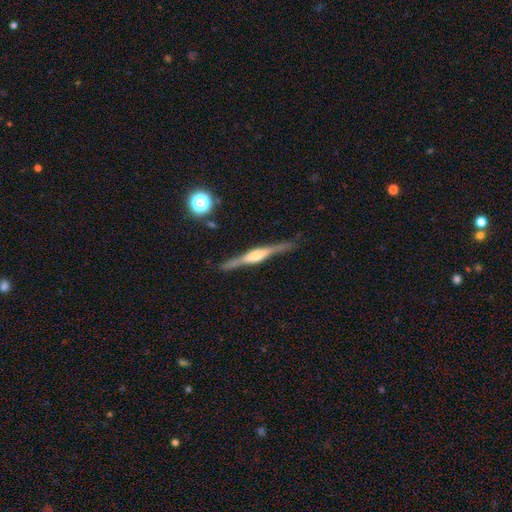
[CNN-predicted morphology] type=featured or disk (81%); edge-on=yes (98%); edge-on bulge=rounded (71%); merging=none (87%).